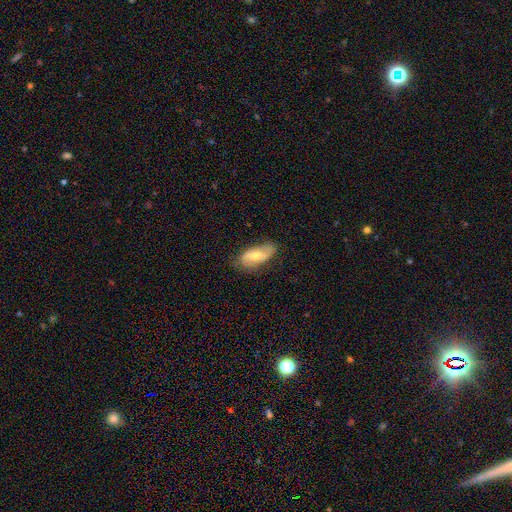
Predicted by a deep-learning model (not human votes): A featured or disk galaxy (48%).

Vote fractions:
- Smooth or featured? featured or disk: 48% / smooth: 46% / star or artifact: 6%
- Merging? none: 70% / minor disturbance: 23% / major disturbance: 6% / merger: 1%